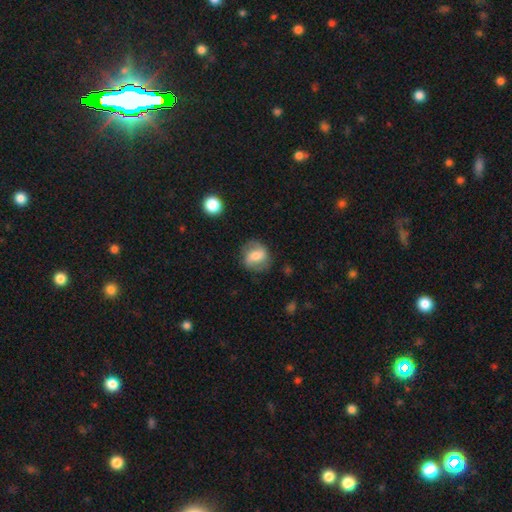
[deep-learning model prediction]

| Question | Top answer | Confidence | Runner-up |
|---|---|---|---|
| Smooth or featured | smooth | 50% | featured or disk (42%) |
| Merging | none | 74% | minor disturbance (17%) |